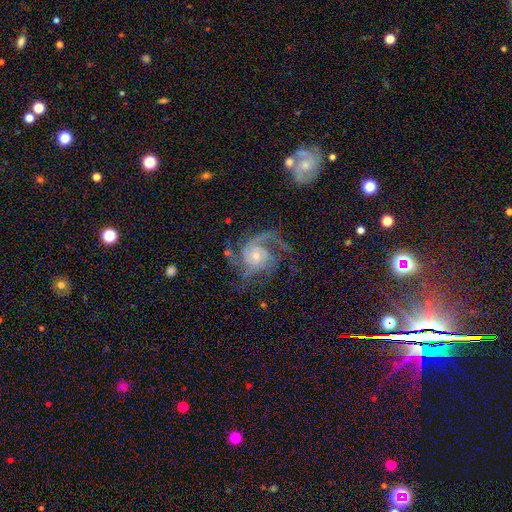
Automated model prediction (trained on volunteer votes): The model was most divided on "spiral arm count": 3: 33%, 2: 29%, can't tell: 14%, 1: 10%, 4: 9%, more than 4: 6%. Remaining: edge-on disk — no (98%); spiral arms — yes (97%); smooth or featured — featured or disk (89%); bar — no (73%); bulge size — small (61%); merging — none (60%); spiral winding — medium (46%).